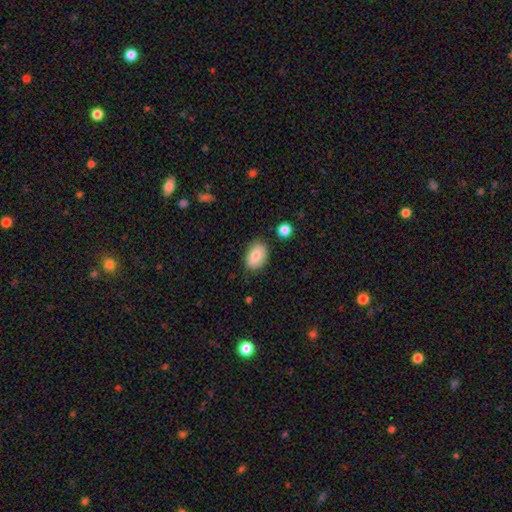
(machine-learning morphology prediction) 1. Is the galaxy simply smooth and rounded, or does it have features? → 82% smooth, 11% featured or disk, 7% star or artifact.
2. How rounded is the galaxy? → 84% in between, 14% round, 1% cigar-shaped.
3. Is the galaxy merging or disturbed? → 82% none, 13% minor disturbance, 3% major disturbance, 2% merger.